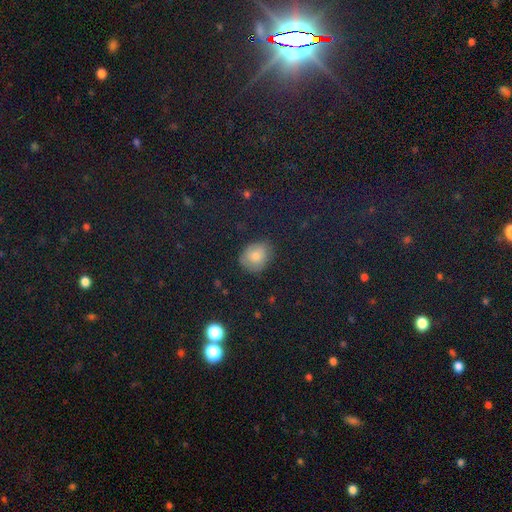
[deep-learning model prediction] smooth 72%, star or artifact 16%, featured or disk 13%. Down the decision tree: how rounded — round (55%); merging — none (75%).